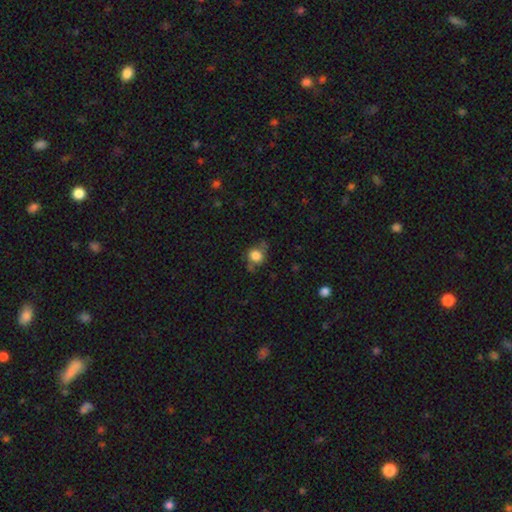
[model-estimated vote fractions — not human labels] Smooth or featured? smooth (75%)
How rounded? round (73%)
Merging? none (60%)